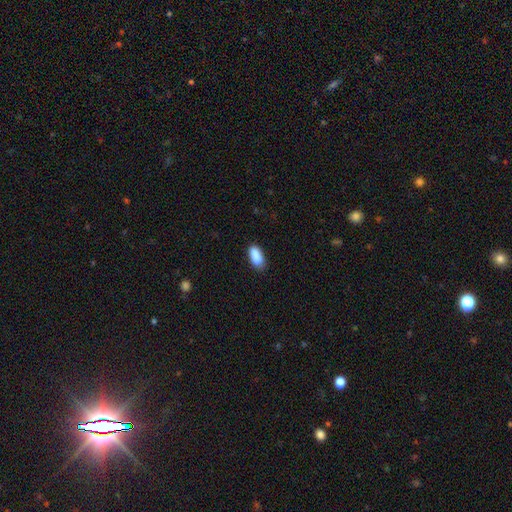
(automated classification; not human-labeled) Morphology: type=smooth (89%); roundness=in between (89%); merging=none (80%).